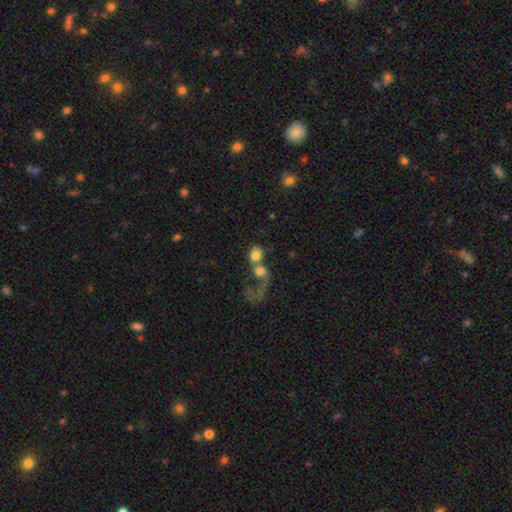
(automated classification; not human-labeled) smooth 67%, featured or disk 24%, star or artifact 10%. Down the decision tree: how rounded — round (68%); merging — merger (60%).